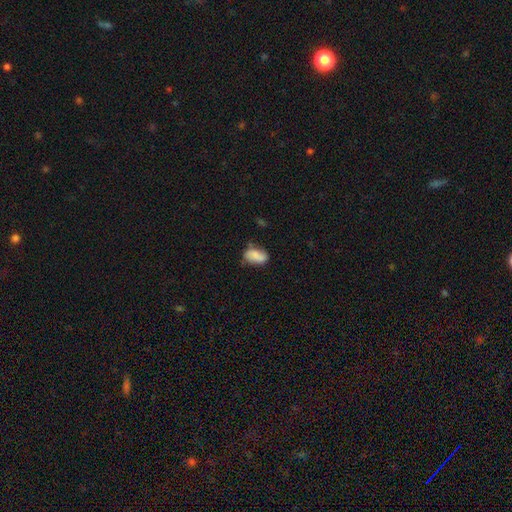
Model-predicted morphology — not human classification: Q: Smooth or featured?
A: smooth (80%); runner-up: featured or disk (12%)
Q: How rounded?
A: in between (90%); runner-up: round (6%)
Q: Merging?
A: none (58%); runner-up: minor disturbance (30%)